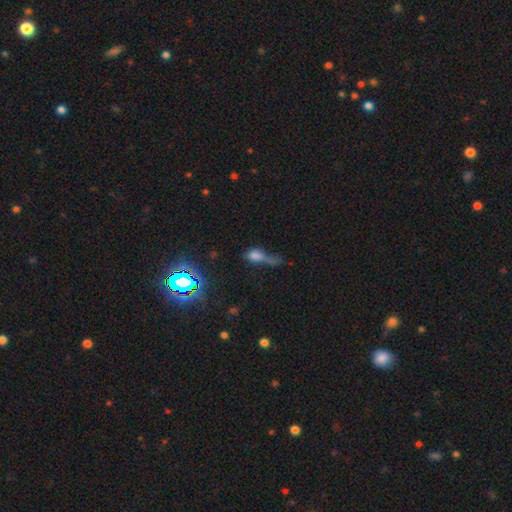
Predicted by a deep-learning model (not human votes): Morphology: type=smooth (58%); roundness=in between (61%); merging=major disturbance (45%).